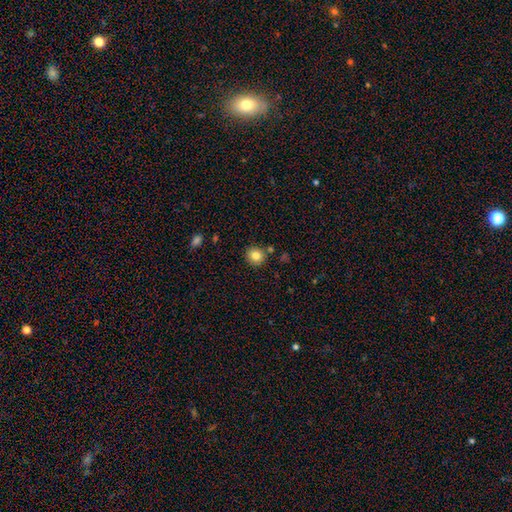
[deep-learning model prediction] smooth 82%, star or artifact 11%, featured or disk 7%. Down the decision tree: how rounded — round (88%); merging — none (86%).